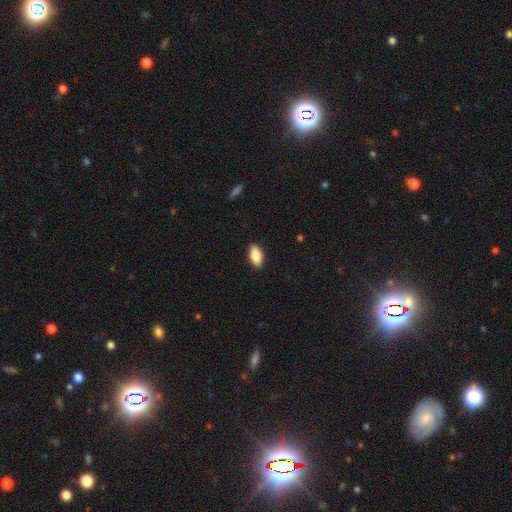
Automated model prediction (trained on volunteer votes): Smooth or featured? smooth (86%)
How rounded? in between (90%)
Merging? none (89%)